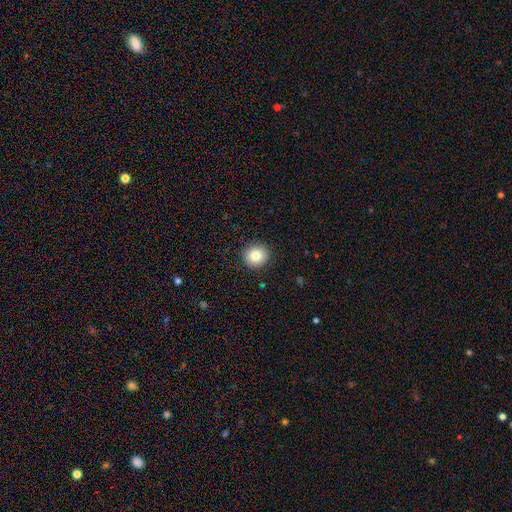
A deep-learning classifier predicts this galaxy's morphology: Overall: smooth (83%). How rounded: round (90%). Merging: none (92%).